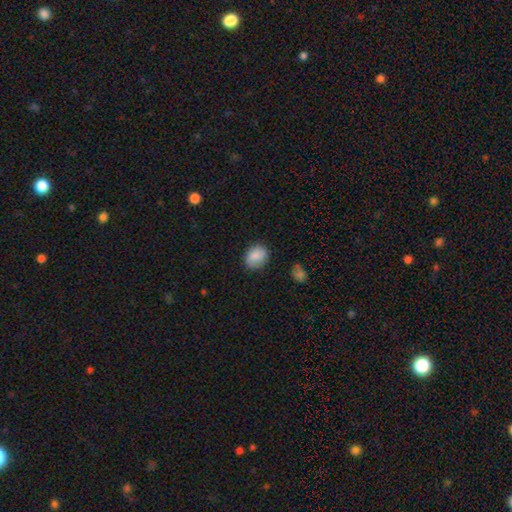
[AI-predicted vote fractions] smooth 85%, star or artifact 8%, featured or disk 7%. Down the decision tree: how rounded — round (50%); merging — none (79%).